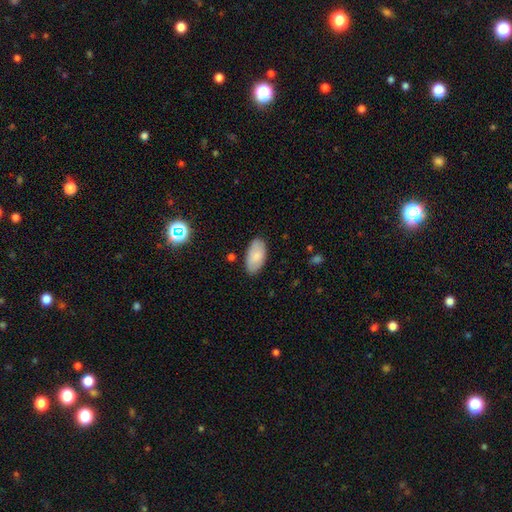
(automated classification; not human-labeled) Q: Smooth or featured?
A: smooth (81%); runner-up: featured or disk (13%)
Q: How rounded?
A: in between (95%); runner-up: round (3%)
Q: Merging?
A: none (84%); runner-up: minor disturbance (12%)